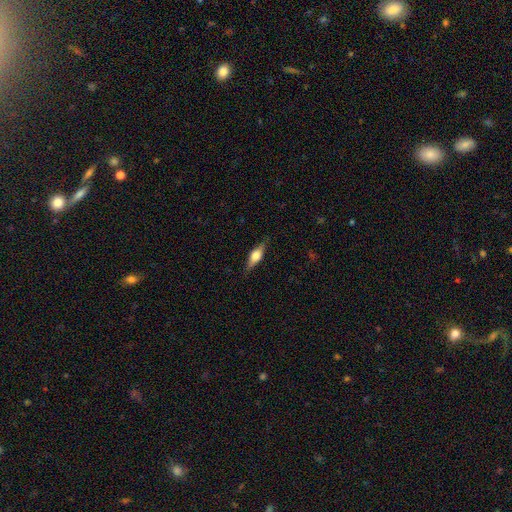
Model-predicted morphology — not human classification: Q: Smooth or featured?
A: featured or disk (50%); runner-up: smooth (43%)
Q: Edge-on disk?
A: yes (93%); runner-up: no (7%)
Q: Merging?
A: none (83%); runner-up: minor disturbance (13%)